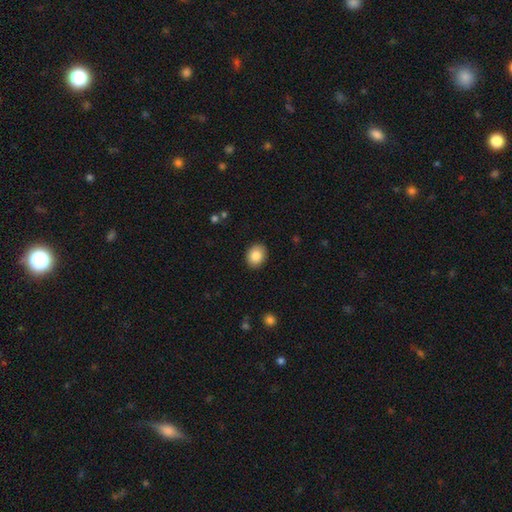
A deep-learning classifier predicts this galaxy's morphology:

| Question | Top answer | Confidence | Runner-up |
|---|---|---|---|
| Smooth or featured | smooth | 86% | star or artifact (8%) |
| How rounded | in between | 52% | round (47%) |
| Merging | none | 90% | minor disturbance (7%) |